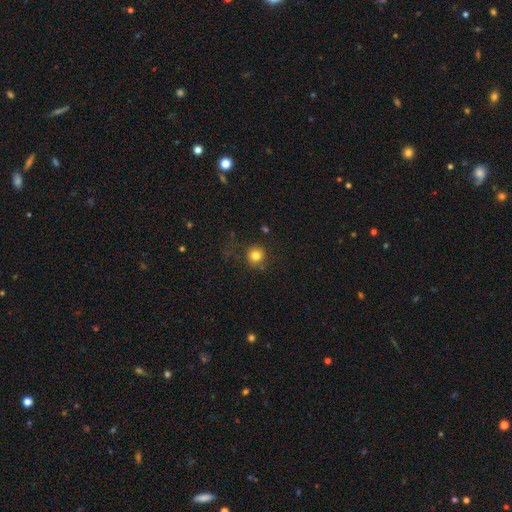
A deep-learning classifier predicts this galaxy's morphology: Smooth or featured? Predicted: smooth (p=0.80). How rounded? Predicted: round (p=0.91). Merging? Predicted: none (p=0.78).